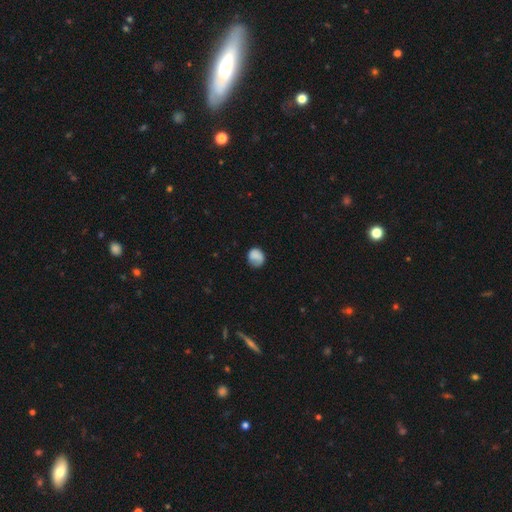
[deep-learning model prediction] Smooth or featured? Predicted: smooth (p=0.77). How rounded? Predicted: round (p=0.73). Merging? Predicted: none (p=0.60).